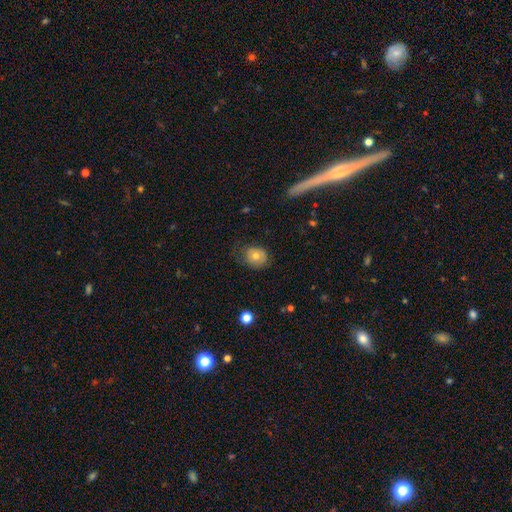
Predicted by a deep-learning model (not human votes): Morphology: type=smooth (68%); roundness=round (60%); merging=none (59%).